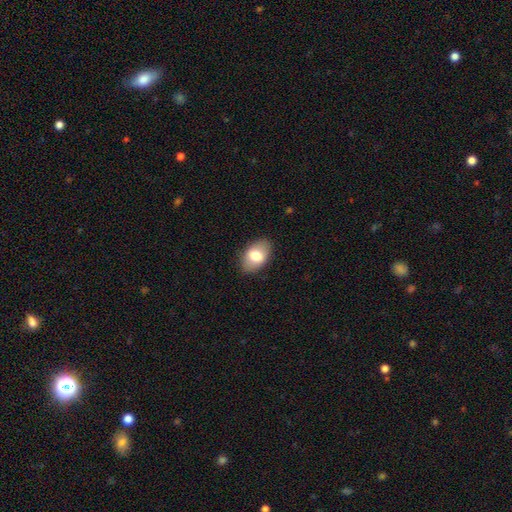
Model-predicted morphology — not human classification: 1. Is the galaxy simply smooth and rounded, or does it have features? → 75% smooth, 18% featured or disk, 7% star or artifact.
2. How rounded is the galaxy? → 90% in between, 9% round, 1% cigar-shaped.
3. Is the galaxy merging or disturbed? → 86% none, 11% minor disturbance, 3% major disturbance, 1% merger.